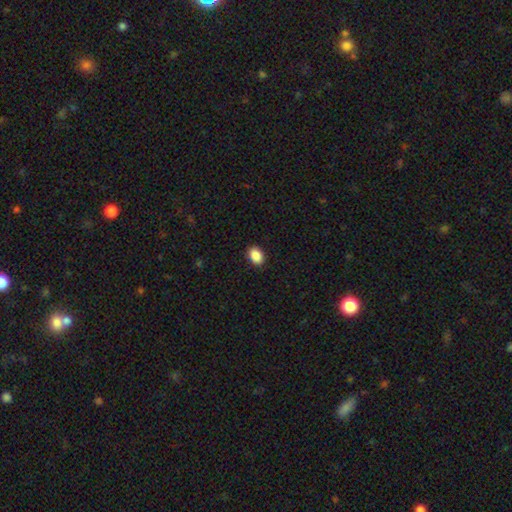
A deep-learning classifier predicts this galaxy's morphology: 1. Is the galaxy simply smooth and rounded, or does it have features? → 89% smooth, 8% star or artifact, 3% featured or disk.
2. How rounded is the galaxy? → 79% in between, 20% round, 1% cigar-shaped.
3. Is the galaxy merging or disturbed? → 91% none, 7% minor disturbance, 2% major disturbance, 1% merger.